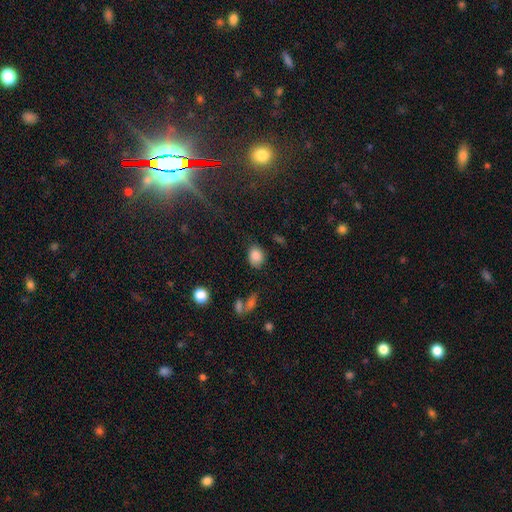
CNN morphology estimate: smooth_or_featured: smooth (p=0.85) [alt: star or artifact p=0.09]
how_rounded: in between (p=0.64) [alt: round p=0.35]
merging: none (p=0.75) [alt: minor disturbance p=0.17]